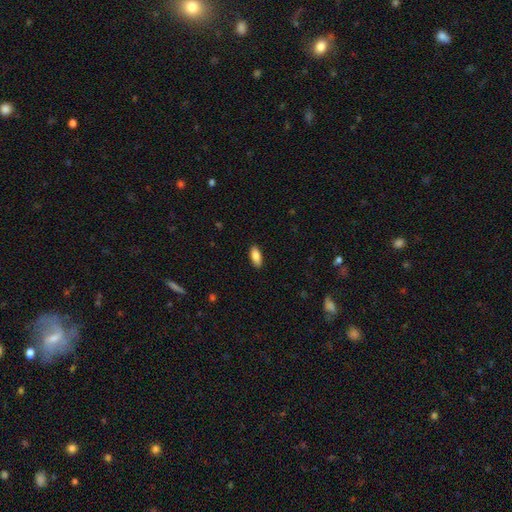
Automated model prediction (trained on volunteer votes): This is clearly a smooth galaxy (87%). How rounded: clearly in between (85%). Merging: clearly none (88%).